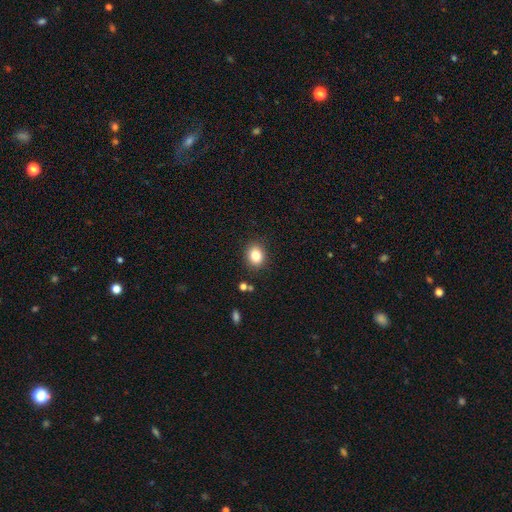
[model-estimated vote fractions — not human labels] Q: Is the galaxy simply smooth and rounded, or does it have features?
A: smooth — 83%.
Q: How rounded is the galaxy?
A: round — 62%.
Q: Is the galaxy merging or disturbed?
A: none — 88%.